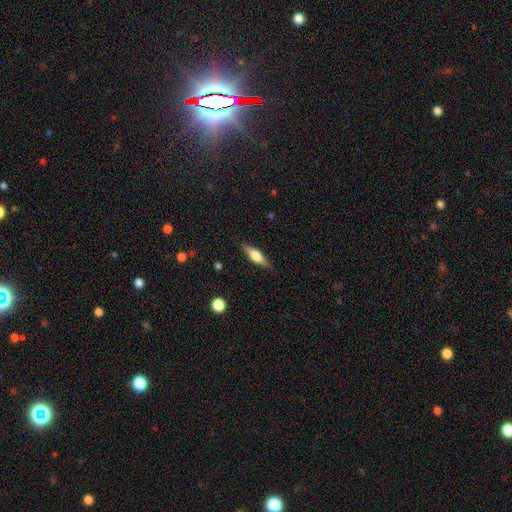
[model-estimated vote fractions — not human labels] This appears to be a featured or disk galaxy (59%) viewed edge-on (95%) with a rounded central bulge (88%). Merging: none (87%).